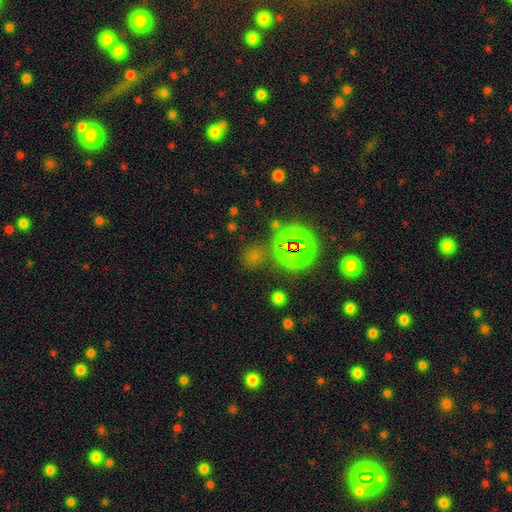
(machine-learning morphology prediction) This is possibly a star or artifact rather than a galaxy (49%).